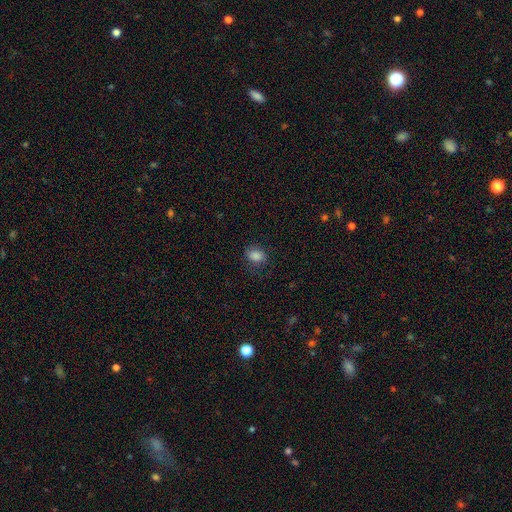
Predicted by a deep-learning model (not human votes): The model was most divided on "how rounded": in between: 59%, round: 40%, cigar-shaped: 1%. More confident: smooth or featured — smooth (85%); merging — none (78%).